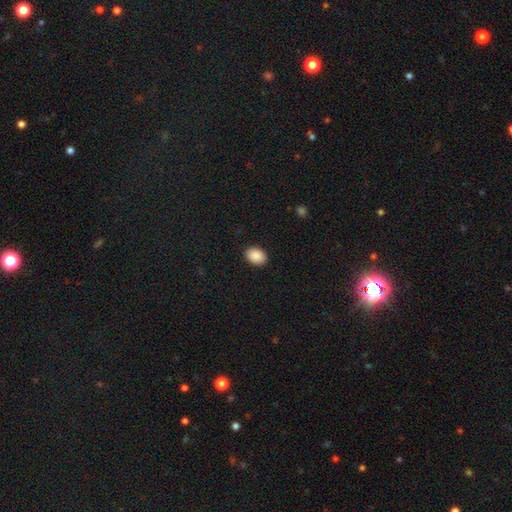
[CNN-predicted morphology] The model was most divided on "how rounded": in between: 78%, round: 21%, cigar-shaped: 1%. More confident: merging — none (90%); smooth or featured — smooth (90%).